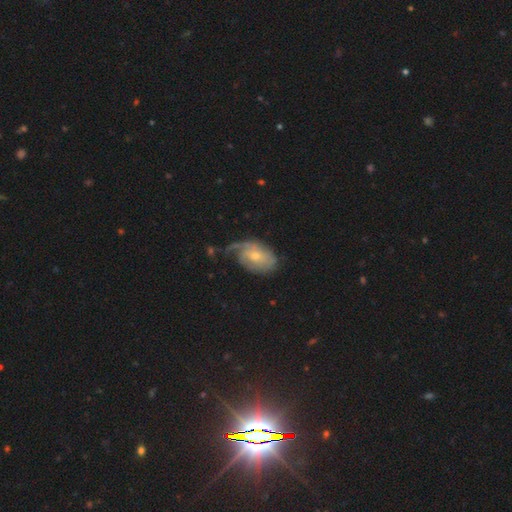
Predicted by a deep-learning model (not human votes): The model was most divided on "bulge size": small: 51%, moderate: 43%, large: 2%, none: 2%, dominant: 1%. Remaining: edge-on disk — no (95%); spiral arms — yes (85%); smooth or featured — featured or disk (67%); bar — no (66%); spiral arm count — 1 (46%); merging — none (43%); spiral winding — tight (42%).